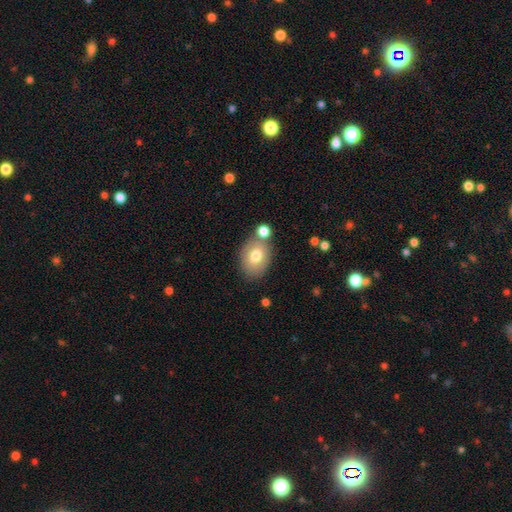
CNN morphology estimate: A smooth galaxy with no disk features (76%) that is in between round and cigar-shaped (70%).

Vote fractions:
- Smooth or featured? smooth: 76% / featured or disk: 16% / star or artifact: 8%
- How rounded? in between: 70% / round: 29% / cigar-shaped: 1%
- Merging? none: 65% / merger: 18% / minor disturbance: 14% / major disturbance: 4%